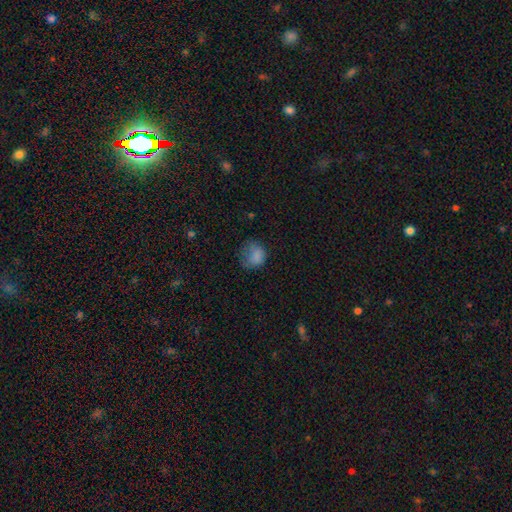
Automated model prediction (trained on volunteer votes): Overall: smooth (78%). How rounded: round (63%; in between 36%). Merging: none (45%; minor disturbance 30%).